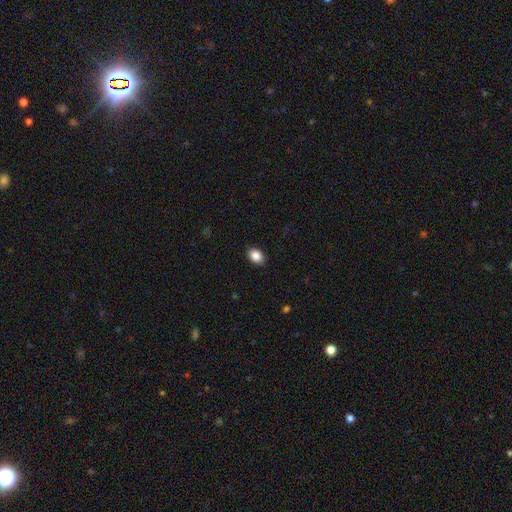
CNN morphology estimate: Overall: smooth (87%). How rounded: in between (78%). Merging: none (88%).